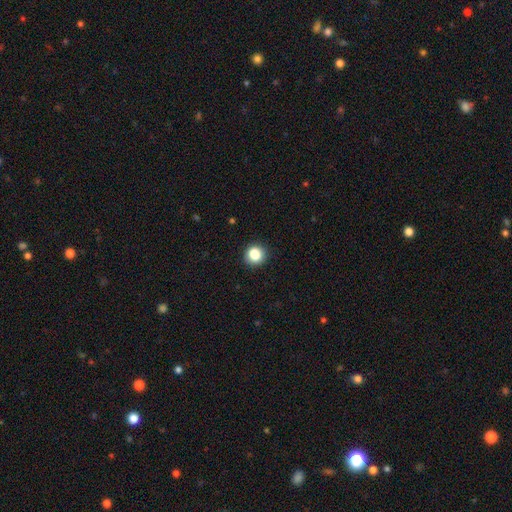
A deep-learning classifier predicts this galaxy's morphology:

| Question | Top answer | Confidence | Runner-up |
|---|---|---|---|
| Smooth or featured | smooth | 83% | star or artifact (11%) |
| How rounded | round | 92% | in between (7%) |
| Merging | none | 92% | minor disturbance (5%) |